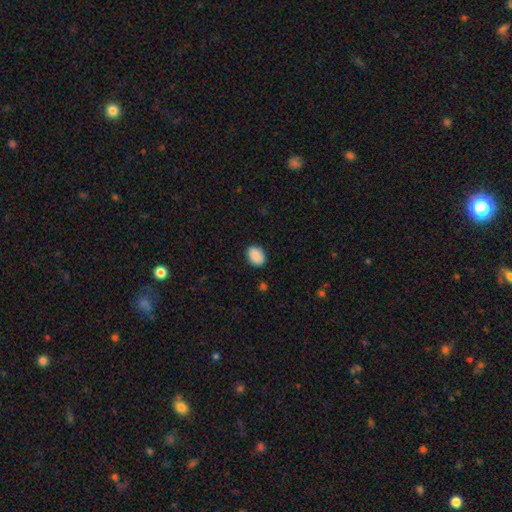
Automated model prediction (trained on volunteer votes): Q: Smooth or featured?
A: smooth (89%); runner-up: star or artifact (7%)
Q: How rounded?
A: in between (76%); runner-up: round (23%)
Q: Merging?
A: none (84%); runner-up: minor disturbance (12%)